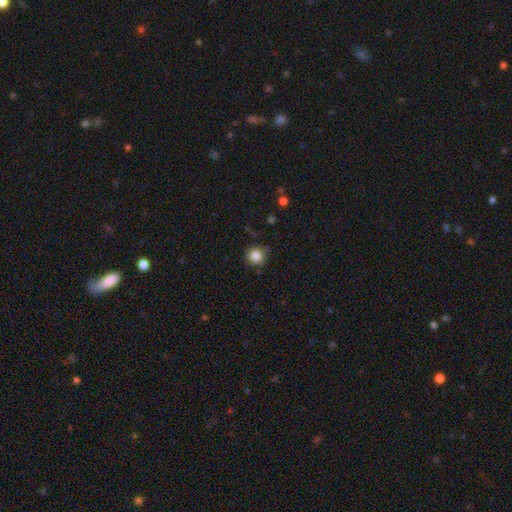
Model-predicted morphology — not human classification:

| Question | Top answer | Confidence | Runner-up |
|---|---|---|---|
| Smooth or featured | smooth | 85% | star or artifact (11%) |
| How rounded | round | 94% | in between (5%) |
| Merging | none | 83% | minor disturbance (12%) |